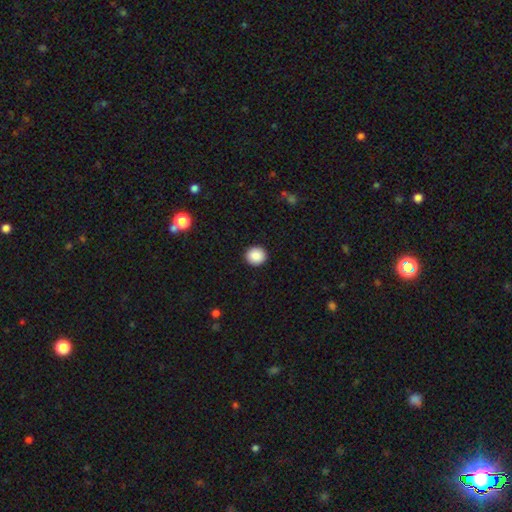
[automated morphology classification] A smooth galaxy with no disk features (89%) that is round (90%). Merging: none (93%).